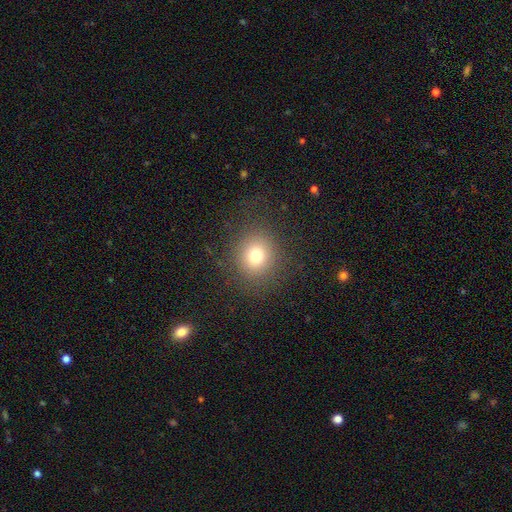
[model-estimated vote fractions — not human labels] Overall: smooth (75%). How rounded: round (86%). Merging: none (85%).